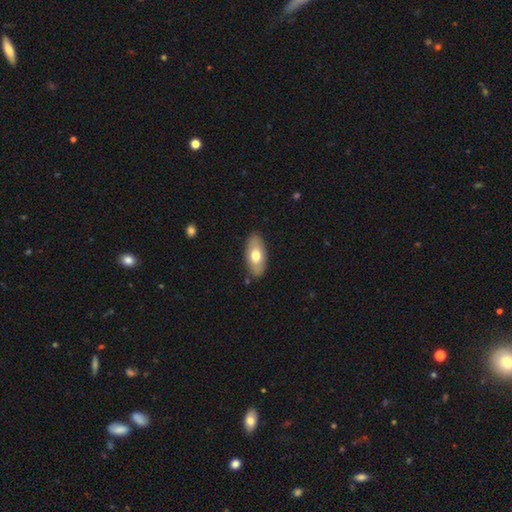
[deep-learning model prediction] The model was most divided on "smooth or featured": smooth: 68%, featured or disk: 26%, star or artifact: 6%. More confident: how rounded — in between (90%); merging — none (85%).